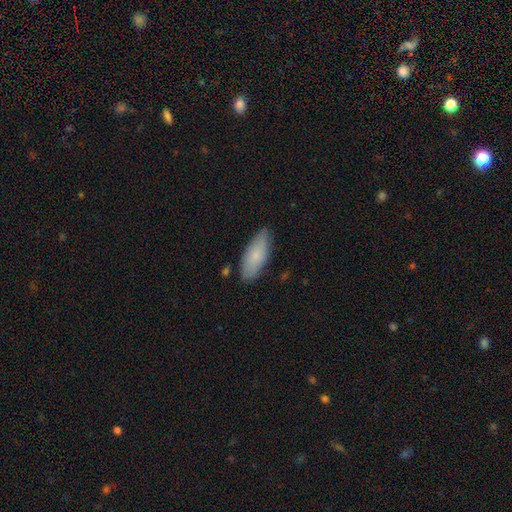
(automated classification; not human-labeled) Smooth or featured?
  - smooth: 79% *
  - featured or disk: 15%
  - star or artifact: 6%
How rounded?
  - in between: 79% *
  - cigar-shaped: 19%
  - round: 2%
Merging?
  - none: 80% *
  - minor disturbance: 16%
  - major disturbance: 2%
  - merger: 2%